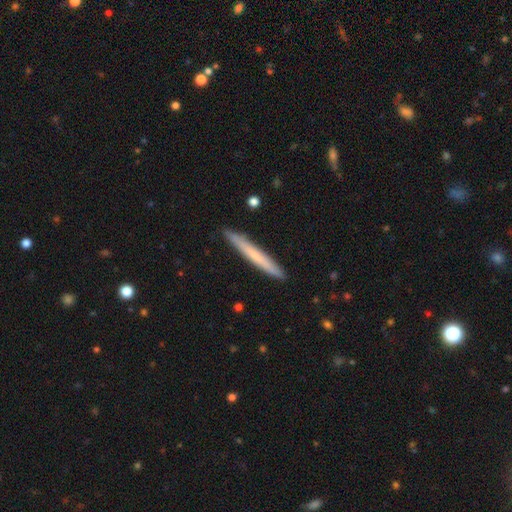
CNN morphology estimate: Smooth or featured? smooth (61%)
How rounded? cigar-shaped (97%)
Merging? none (91%)